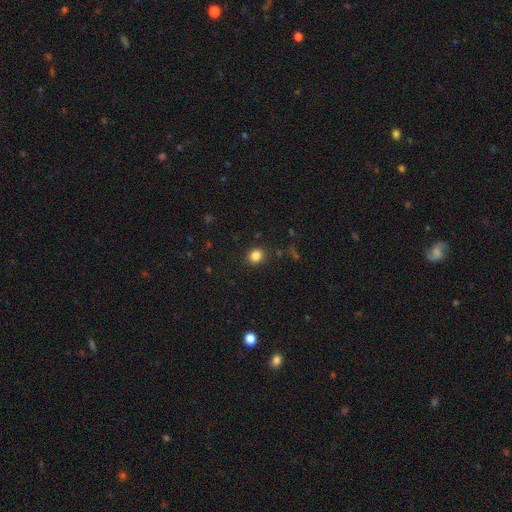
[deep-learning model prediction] Smooth or featured? smooth (84%)
How rounded? round (78%)
Merging? none (88%)